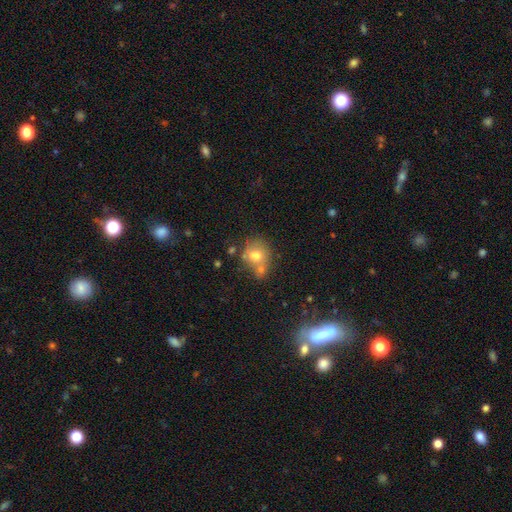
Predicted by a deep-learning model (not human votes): Smooth or featured? smooth (69%)
How rounded? round (64%)
Merging? none (40%)